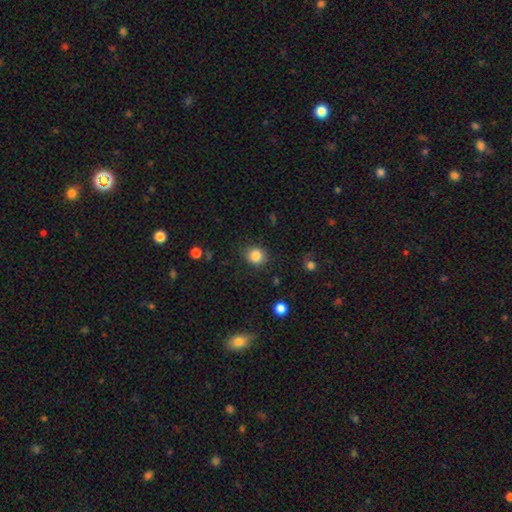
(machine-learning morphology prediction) This appears to be a smooth galaxy with no disk features (85%) that is round (81%). Merging: none (87%).